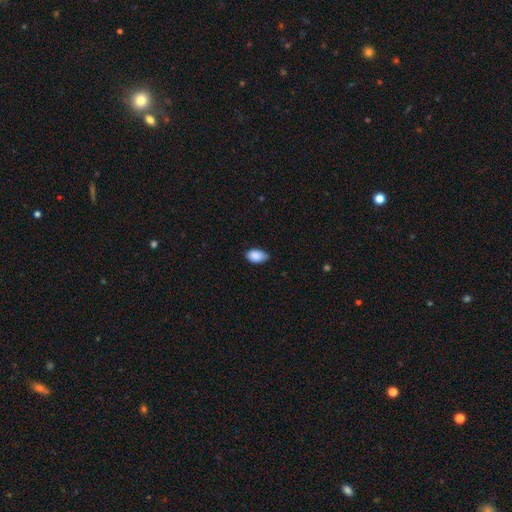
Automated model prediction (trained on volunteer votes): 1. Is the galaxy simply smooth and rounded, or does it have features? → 89% smooth, 7% star or artifact, 4% featured or disk.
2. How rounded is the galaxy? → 93% in between, 6% round, 1% cigar-shaped.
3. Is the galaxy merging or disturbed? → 72% none, 24% minor disturbance, 3% major disturbance, 1% merger.